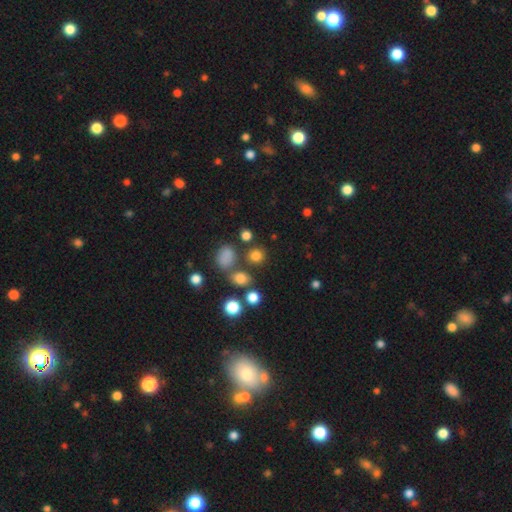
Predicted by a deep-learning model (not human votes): Smooth or featured: smooth — 78% (star or artifact — 16%)
How rounded: round — 85% (in between — 14%)
Merging: none — 76% (merger — 12%)